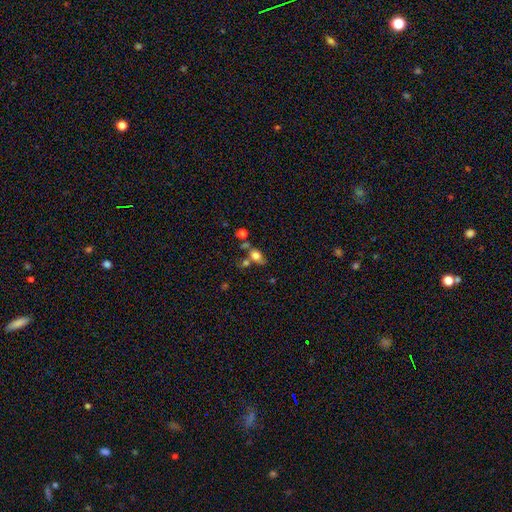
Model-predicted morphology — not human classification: This appears to be a smooth galaxy with no disk features (71%) that is in between round and cigar-shaped (76%). Merging: none (44%).